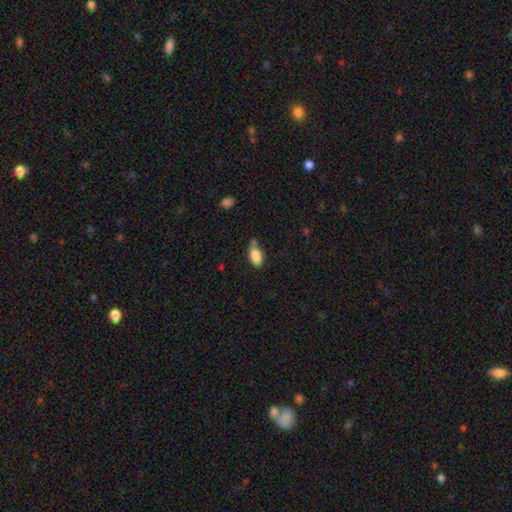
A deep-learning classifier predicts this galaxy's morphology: smooth 86%, star or artifact 8%, featured or disk 7%. Down the decision tree: how rounded — in between (91%); merging — none (51%).